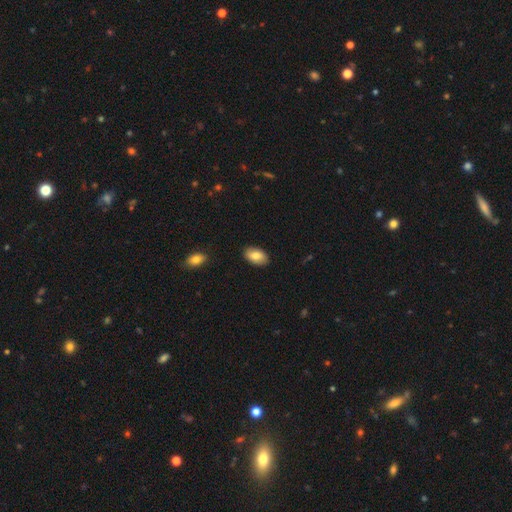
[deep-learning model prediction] smooth_or_featured: smooth (p=0.83) [alt: featured or disk p=0.10]
how_rounded: in between (p=0.93) [alt: round p=0.05]
merging: none (p=0.88) [alt: minor disturbance p=0.09]